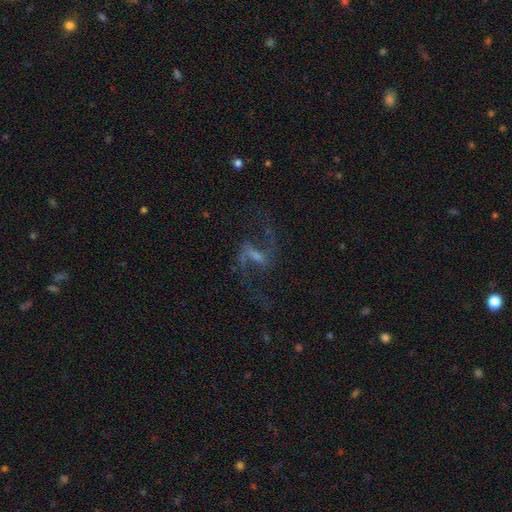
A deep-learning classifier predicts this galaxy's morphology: featured or disk 85%, star or artifact 9%, smooth 6%. Down the decision tree: edge-on disk — no (97%); bar — weak (50%); spiral arms — yes (96%); spiral arm count — 2 (93%); spiral winding — loose (71%); bulge size — small (46%); merging — none (73%).